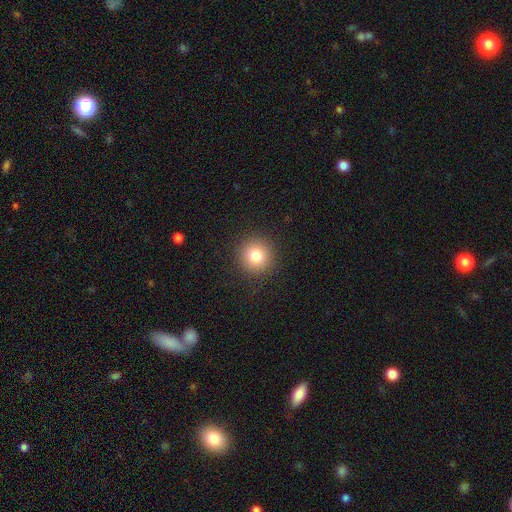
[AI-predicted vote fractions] Smooth or featured?
  - smooth: 81% *
  - star or artifact: 11%
  - featured or disk: 8%
How rounded?
  - round: 94% *
  - in between: 5%
  - cigar-shaped: 1%
Merging?
  - none: 91% *
  - minor disturbance: 6%
  - major disturbance: 2%
  - merger: 1%